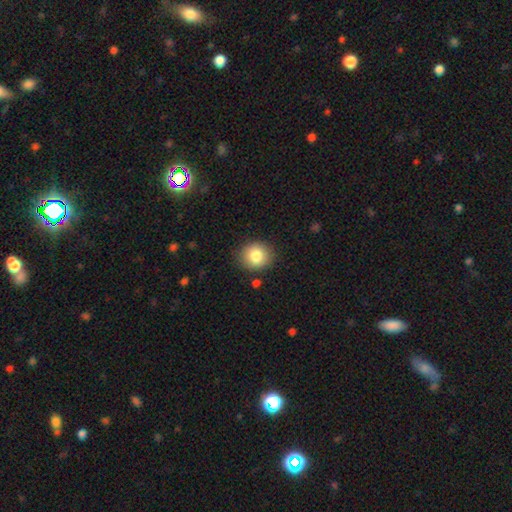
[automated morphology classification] The model was most divided on "how rounded": round: 79%, in between: 20%, cigar-shaped: 1%. More confident: merging — none (86%); smooth or featured — smooth (84%).